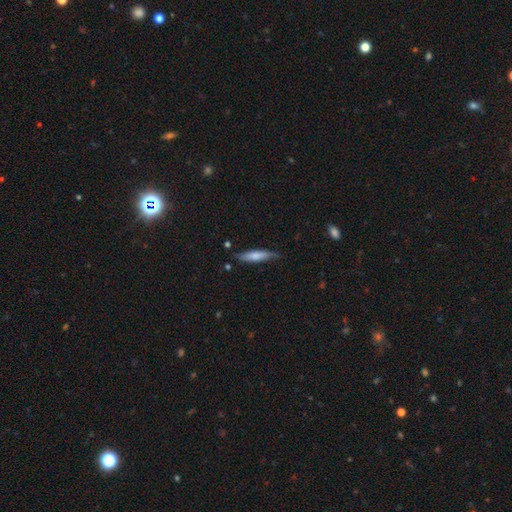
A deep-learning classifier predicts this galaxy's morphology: A smooth galaxy with no disk features (66%) that is cigar-shaped (81%).

Vote fractions:
- Smooth or featured? smooth: 66% / featured or disk: 28% / star or artifact: 6%
- How rounded? cigar-shaped: 81% / in between: 18% / round: 2%
- Merging? none: 74% / minor disturbance: 20% / major disturbance: 3% / merger: 3%